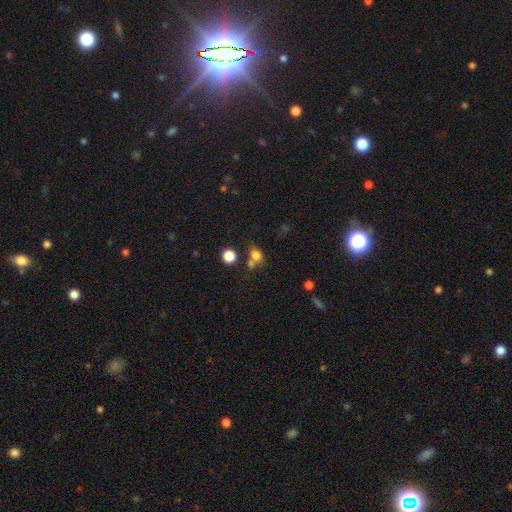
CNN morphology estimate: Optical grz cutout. It shows a smooth galaxy with no disk features (77%) that is round (50%). Merging: none (50%).